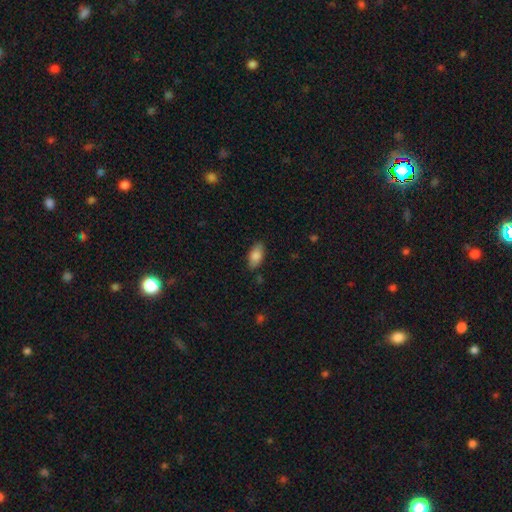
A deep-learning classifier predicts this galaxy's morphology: Smooth or featured? Predicted: smooth (p=0.83). How rounded? Predicted: in between (p=0.91). Merging? Predicted: none (p=0.83).